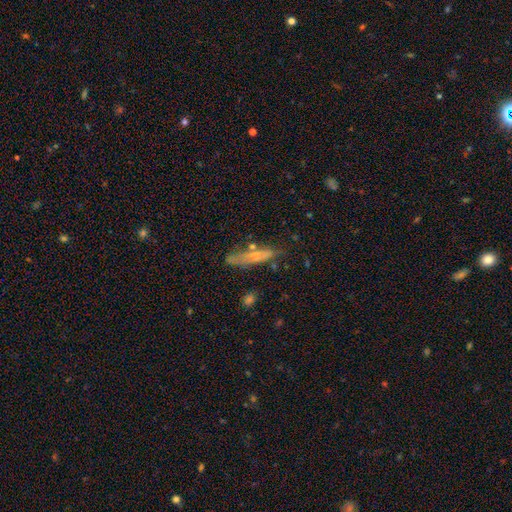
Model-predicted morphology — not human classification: type=smooth (61%); roundness=cigar-shaped (81%); merging=none (72%).